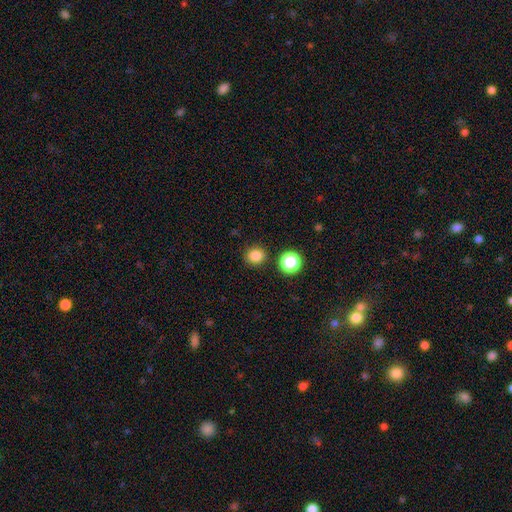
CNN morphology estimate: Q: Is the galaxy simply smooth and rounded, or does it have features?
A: smooth — 83%.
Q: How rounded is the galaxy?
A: round — 86%.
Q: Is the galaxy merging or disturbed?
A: none — 87%.